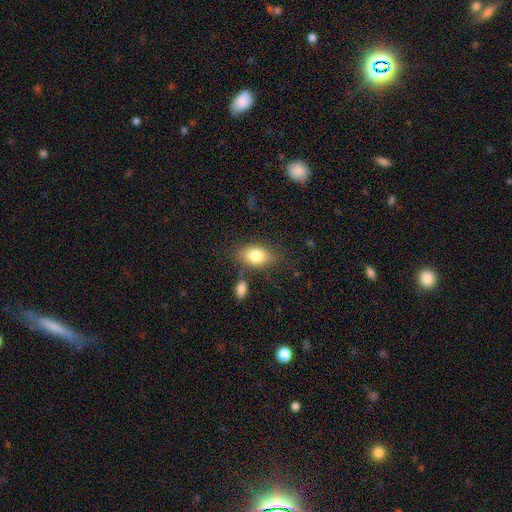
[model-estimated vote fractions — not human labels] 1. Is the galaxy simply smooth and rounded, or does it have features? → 80% smooth, 12% featured or disk, 8% star or artifact.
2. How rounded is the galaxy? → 87% in between, 11% round, 3% cigar-shaped.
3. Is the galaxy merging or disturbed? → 75% none, 15% minor disturbance, 6% merger, 4% major disturbance.